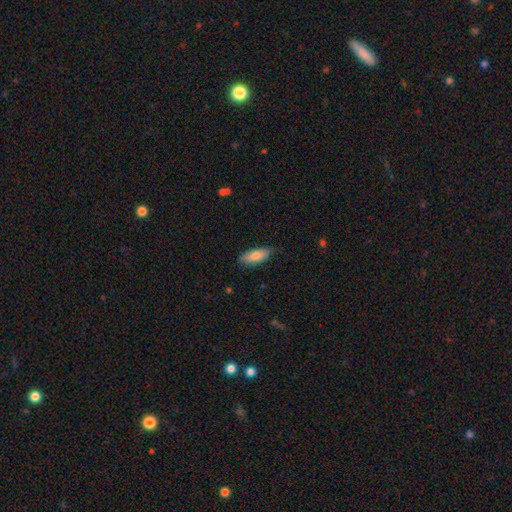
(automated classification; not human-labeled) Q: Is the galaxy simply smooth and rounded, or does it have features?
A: smooth — 79%.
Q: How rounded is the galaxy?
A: in between — 67%.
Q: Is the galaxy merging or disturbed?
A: none — 81%.